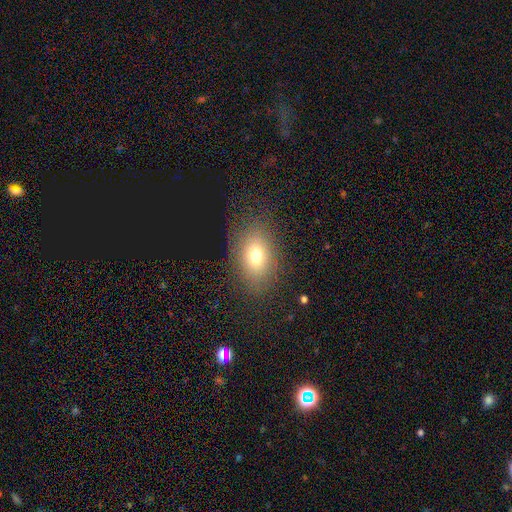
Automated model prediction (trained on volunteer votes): Morphology: type=smooth (72%); roundness=in between (78%); merging=none (81%).